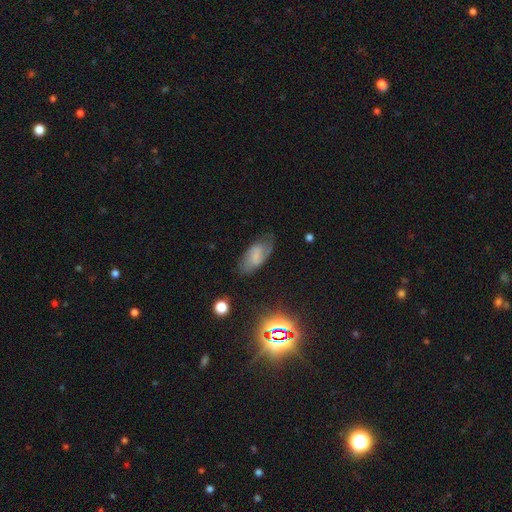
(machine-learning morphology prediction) Overall: featured or disk (46%; smooth 42%). Merging: none (65%).